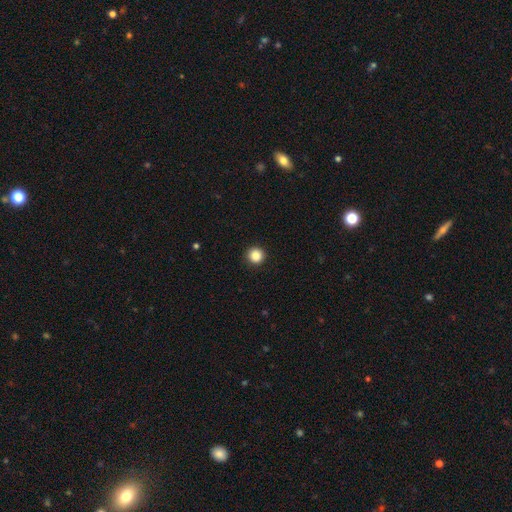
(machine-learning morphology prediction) smooth 87%, star or artifact 10%, featured or disk 3%. Down the decision tree: how rounded — round (96%); merging — none (92%).